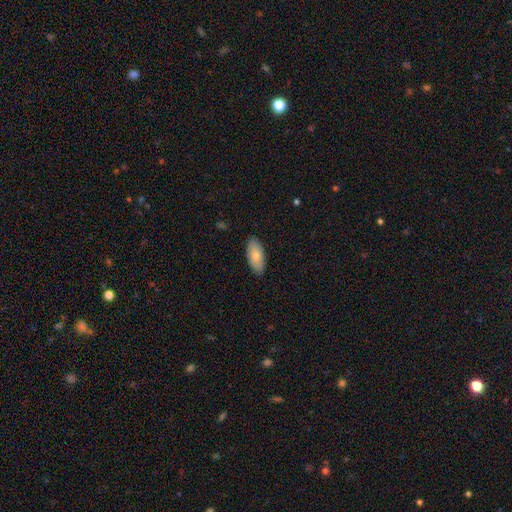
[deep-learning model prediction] The model was most divided on "smooth or featured": smooth: 75%, featured or disk: 19%, star or artifact: 6%. More confident: how rounded — in between (91%); merging — none (87%).